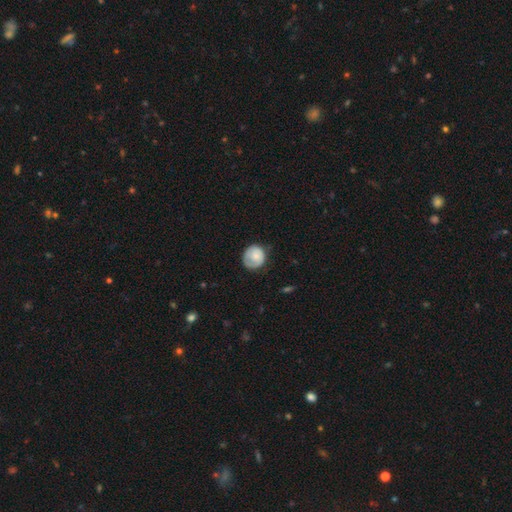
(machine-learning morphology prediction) Smooth or featured? Predicted: smooth (p=0.73). How rounded? Predicted: round (p=0.85). Merging? Predicted: none (p=0.65).